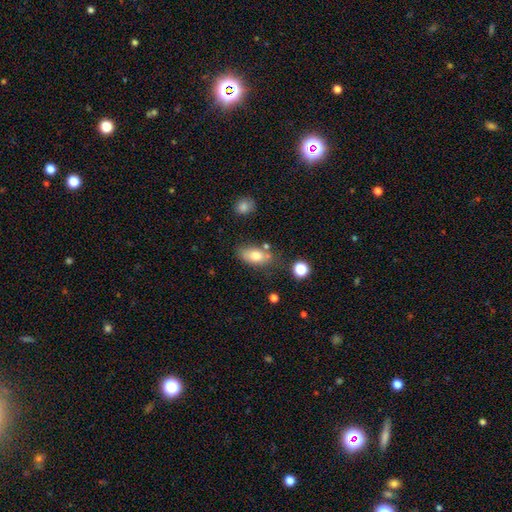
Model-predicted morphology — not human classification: The model was most divided on "merging": none: 65%, minor disturbance: 19%, merger: 10%, major disturbance: 5%. More confident: how rounded — in between (89%); smooth or featured — smooth (76%).